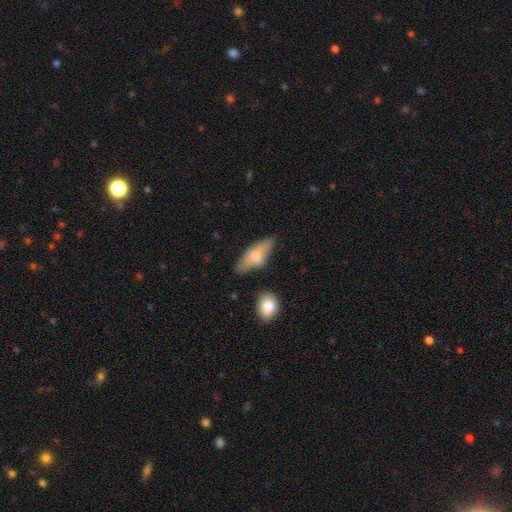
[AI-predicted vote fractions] Smooth or featured: smooth — 65% (featured or disk — 29%)
How rounded: in between — 73% (cigar-shaped — 24%)
Merging: none — 61% (minor disturbance — 27%)